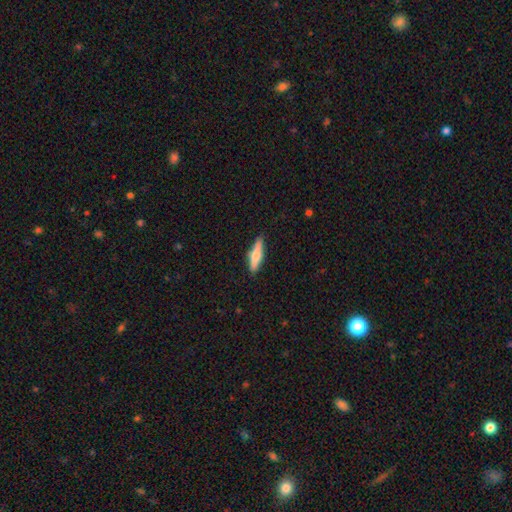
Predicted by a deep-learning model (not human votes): Smooth or featured?
  - smooth: 54% *
  - featured or disk: 40%
  - star or artifact: 6%
How rounded?
  - cigar-shaped: 73% *
  - in between: 25%
  - round: 2%
Merging?
  - none: 87% *
  - minor disturbance: 10%
  - major disturbance: 2%
  - merger: 1%